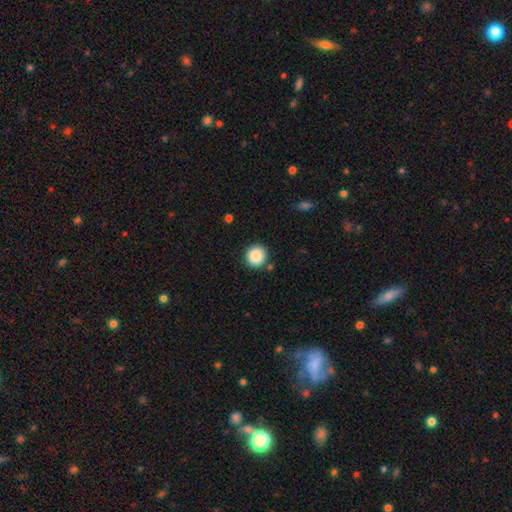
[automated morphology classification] Q: Smooth or featured?
A: smooth (87%); runner-up: star or artifact (9%)
Q: How rounded?
A: round (94%); runner-up: in between (5%)
Q: Merging?
A: none (88%); runner-up: minor disturbance (8%)